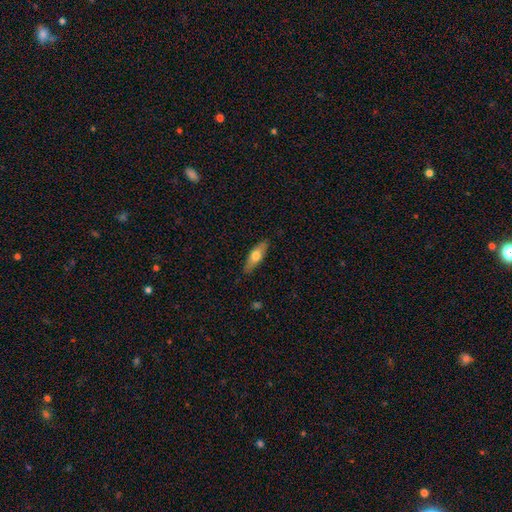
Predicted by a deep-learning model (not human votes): A smooth galaxy with no disk features (61%) that is in between round and cigar-shaped (54%). Merging: none (85%).